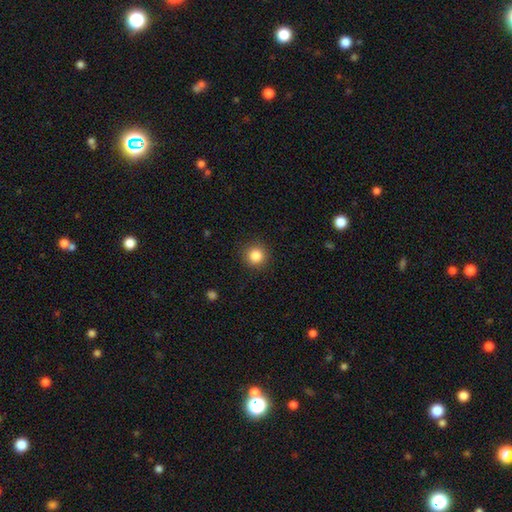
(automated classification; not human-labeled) Morphology: type=smooth (85%); roundness=round (94%); merging=none (90%).